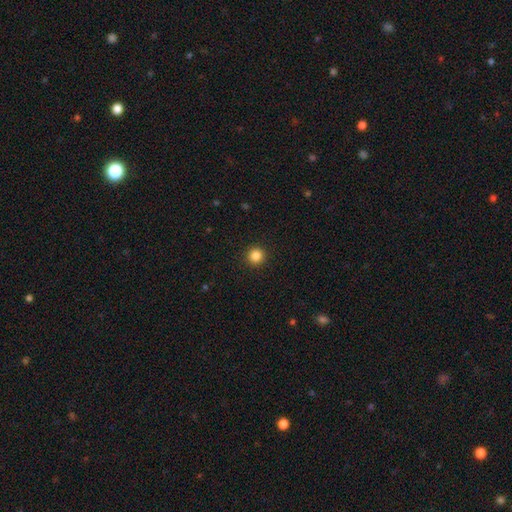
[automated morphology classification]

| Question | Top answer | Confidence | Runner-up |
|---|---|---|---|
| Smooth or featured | smooth | 85% | star or artifact (11%) |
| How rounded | round | 95% | in between (4%) |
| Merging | none | 93% | minor disturbance (4%) |